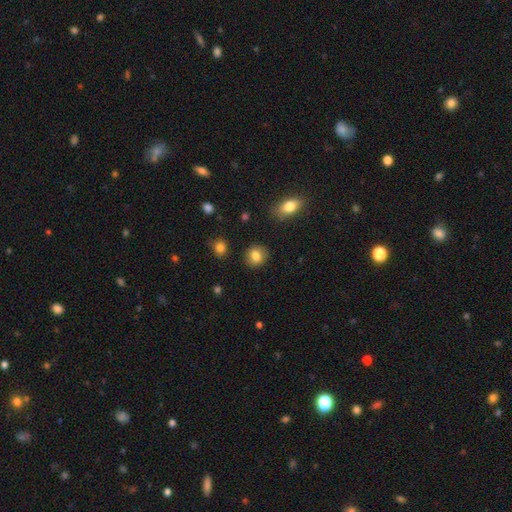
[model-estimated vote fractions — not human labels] This appears to be a smooth galaxy with no disk features (82%) that is round (78%). Merging: none (88%).